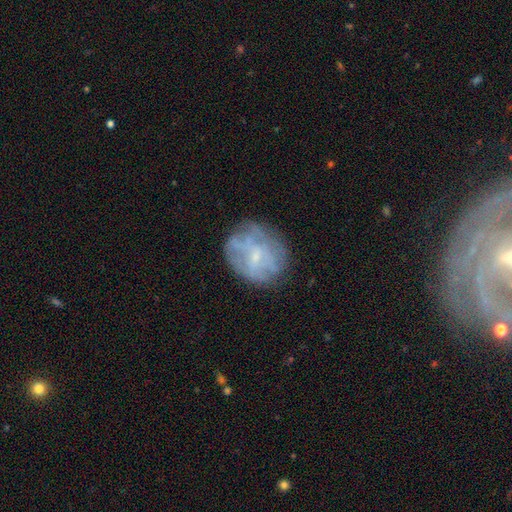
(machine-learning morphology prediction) smooth-or-featured: featured or disk: 53% | smooth: 36% | star or artifact: 11%
  disk-edge-on: no: 97% | yes: 3%
    bar: no: 61% | weak: 32% | strong: 7%
    has-spiral-arms: no: 58% | yes: 42%
    bulge-size: small: 65% | moderate: 18% | none: 15% | large: 1% | dominant: 1%
  merging: none: 71% | minor disturbance: 18% | major disturbance: 10% | merger: 2%